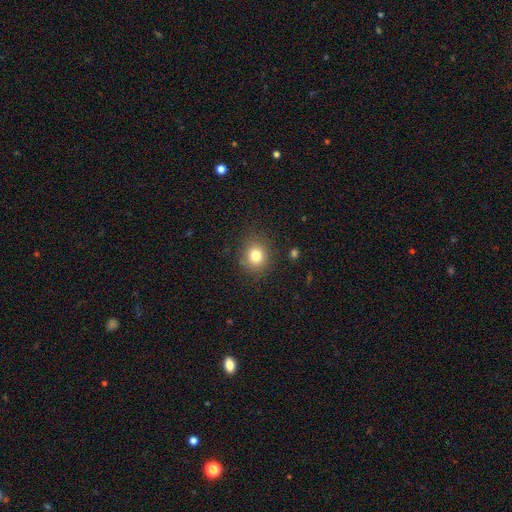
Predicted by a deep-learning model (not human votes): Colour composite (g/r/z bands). It shows a smooth galaxy with no disk features (80%) that is round (79%). Merging: none (85%).